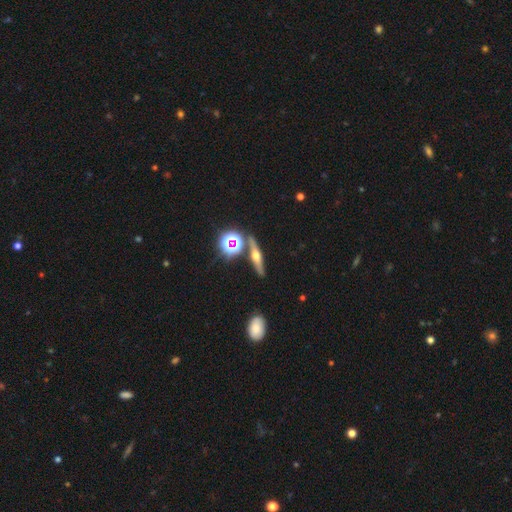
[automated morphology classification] Q: Smooth or featured?
A: featured or disk (61%); runner-up: smooth (24%)
Q: Edge-on disk?
A: yes (92%); runner-up: no (8%)
Q: Edge-on bulge?
A: rounded (94%); runner-up: boxy (3%)
Q: Merging?
A: none (84%); runner-up: minor disturbance (8%)